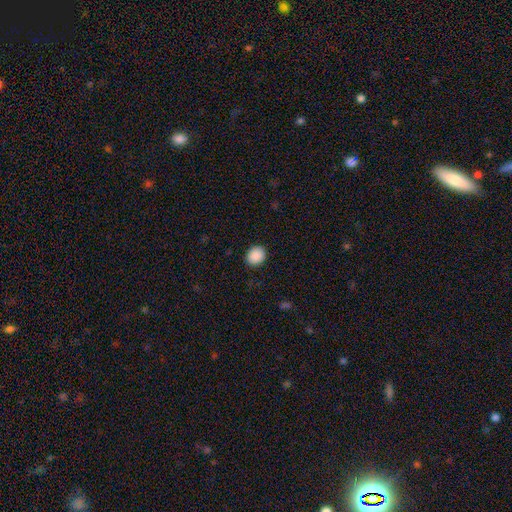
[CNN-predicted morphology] Smooth or featured?
  - smooth: 90% *
  - star or artifact: 8%
  - featured or disk: 2%
How rounded?
  - round: 64% *
  - in between: 35%
  - cigar-shaped: 1%
Merging?
  - none: 89% *
  - minor disturbance: 8%
  - major disturbance: 2%
  - merger: 1%